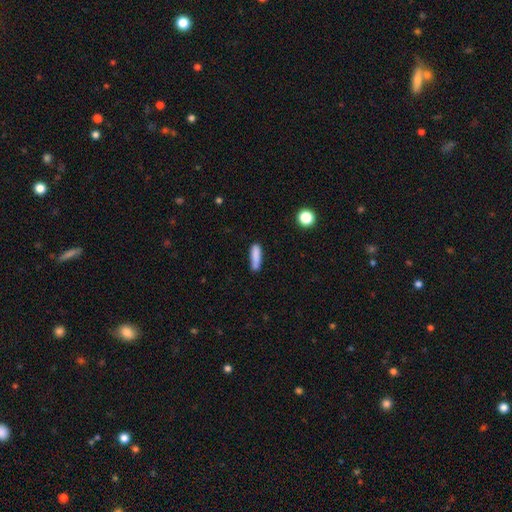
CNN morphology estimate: smooth-or-featured: smooth: 84% | featured or disk: 8% | star or artifact: 8%
  how-rounded: cigar-shaped: 71% | in between: 27% | round: 2%
  merging: none: 66% | minor disturbance: 23% | merger: 6% | major disturbance: 5%